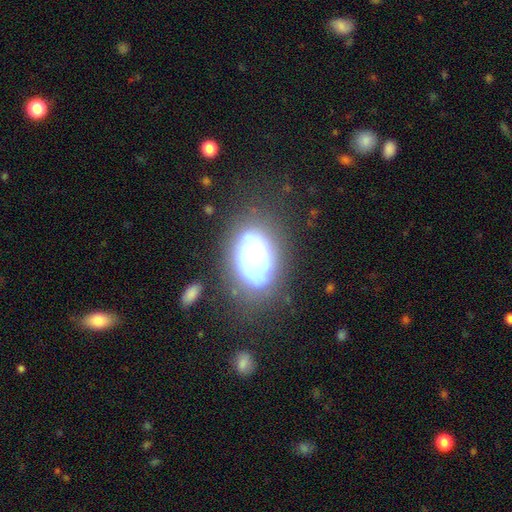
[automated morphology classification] Overall: featured or disk (62%; smooth 27%). Edge-on disk: no (95%). Bar: no (84%). Spiral arms: yes (52%; no 48%). Bulge size: large (42%; dominant 23%). Merging: none (50%; minor disturbance 24%).